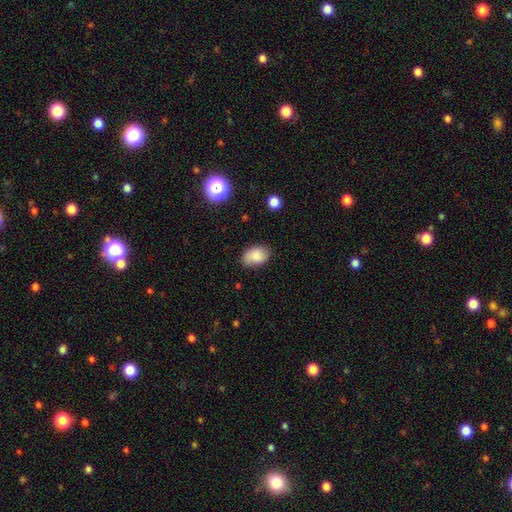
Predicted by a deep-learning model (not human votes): Smooth or featured: smooth — 84% (star or artifact — 8%)
How rounded: in between — 85% (round — 14%)
Merging: none — 77% (minor disturbance — 18%)